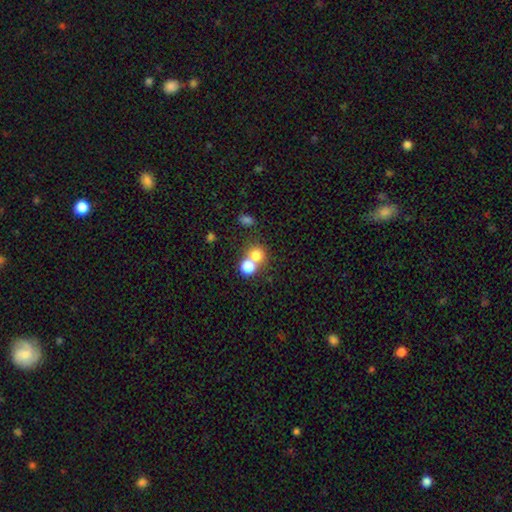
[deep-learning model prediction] smooth_or_featured: smooth (p=0.76) [alt: star or artifact p=0.13]
how_rounded: round (p=0.81) [alt: in between p=0.18]
merging: merger (p=0.52) [alt: none p=0.39]